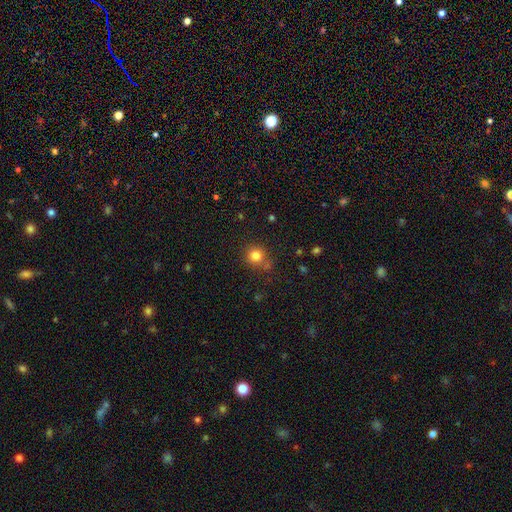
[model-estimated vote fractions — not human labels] smooth 81%, star or artifact 13%, featured or disk 6%. Down the decision tree: how rounded — round (90%); merging — none (76%).